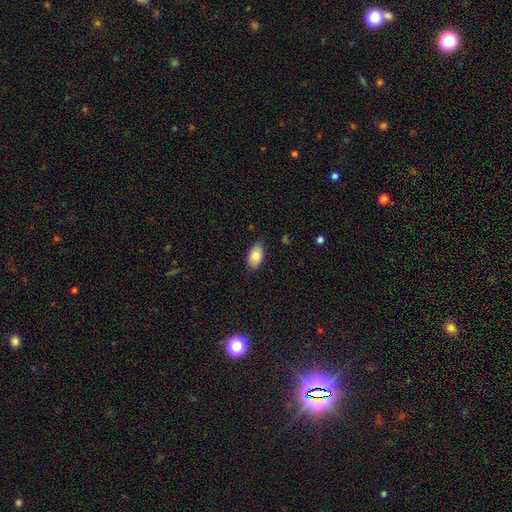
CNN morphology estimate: smooth 81%, featured or disk 12%, star or artifact 7%. Down the decision tree: how rounded — in between (93%); merging — none (81%).